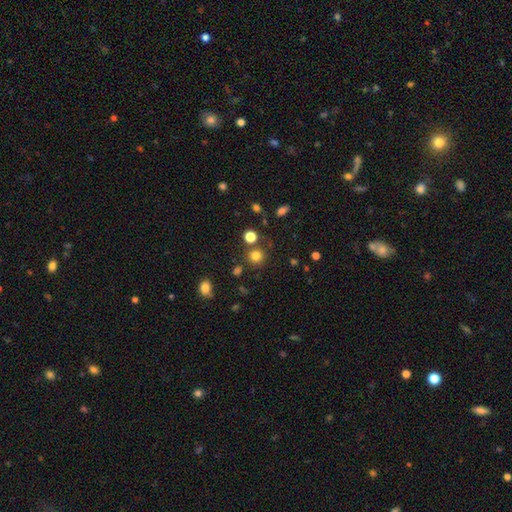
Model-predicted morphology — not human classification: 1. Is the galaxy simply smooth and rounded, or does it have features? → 79% smooth, 15% star or artifact, 6% featured or disk.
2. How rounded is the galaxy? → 90% round, 9% in between, 1% cigar-shaped.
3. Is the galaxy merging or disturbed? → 80% none, 9% merger, 8% minor disturbance, 4% major disturbance.